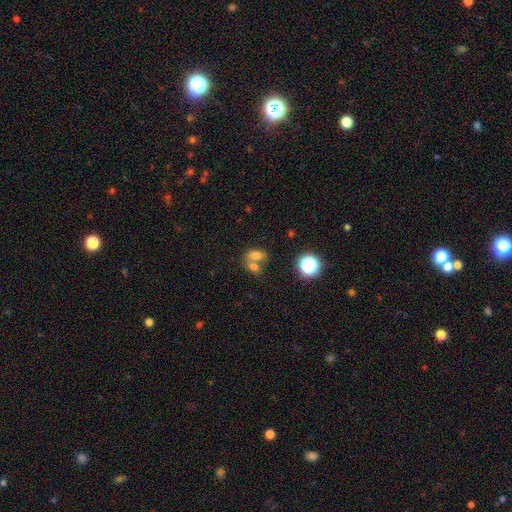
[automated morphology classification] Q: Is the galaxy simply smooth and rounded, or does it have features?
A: smooth — 72%.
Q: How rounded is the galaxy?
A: in between — 77%.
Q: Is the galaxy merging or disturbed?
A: merger — 57%.